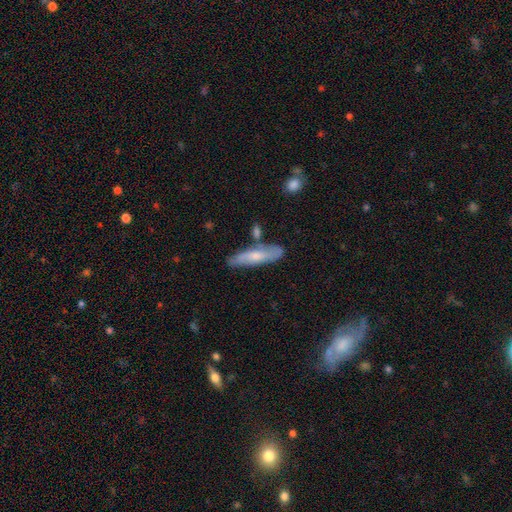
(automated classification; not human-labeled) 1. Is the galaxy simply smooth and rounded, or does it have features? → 55% smooth, 39% featured or disk, 6% star or artifact.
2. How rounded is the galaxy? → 75% cigar-shaped, 23% in between, 2% round.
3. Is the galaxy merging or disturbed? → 71% none, 17% minor disturbance, 9% merger, 3% major disturbance.